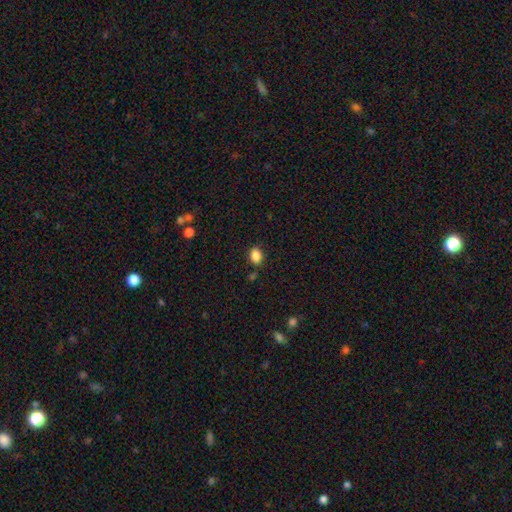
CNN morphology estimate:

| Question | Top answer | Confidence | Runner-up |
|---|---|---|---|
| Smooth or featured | smooth | 86% | star or artifact (10%) |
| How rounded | in between | 65% | round (34%) |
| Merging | none | 81% | minor disturbance (12%) |